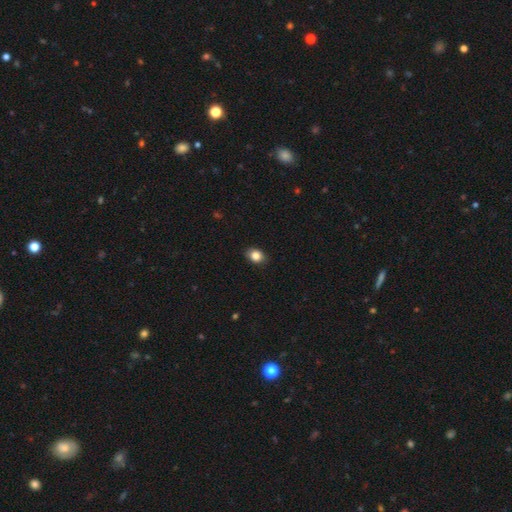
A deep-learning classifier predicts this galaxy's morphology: Smooth or featured? Predicted: smooth (p=0.85). How rounded? Predicted: in between (p=0.64). Merging? Predicted: none (p=0.87).